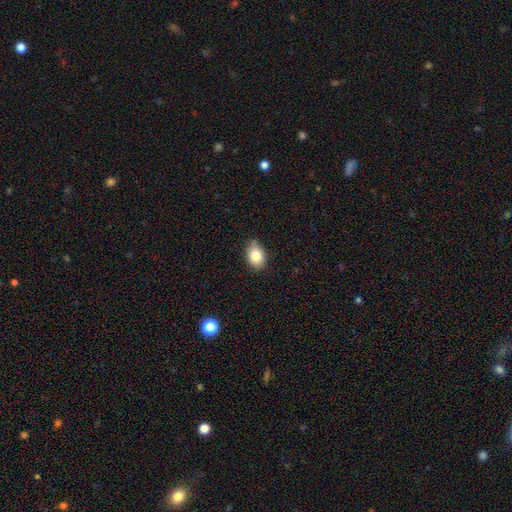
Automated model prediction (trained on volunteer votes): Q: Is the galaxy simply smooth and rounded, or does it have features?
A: smooth — 82%.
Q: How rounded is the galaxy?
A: in between — 76%.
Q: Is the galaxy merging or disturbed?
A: none — 76%.